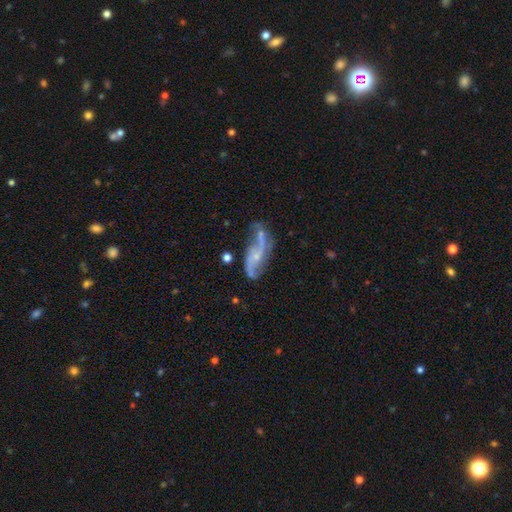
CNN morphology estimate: Smooth or featured? featured or disk (83%)
Edge-on disk? no (94%)
Bar? no (61%)
Spiral arms? yes (92%)
Spiral winding? loose (79%)
Spiral arm count? 2 (88%)
Bulge size? small (66%)
Merging? none (52%)